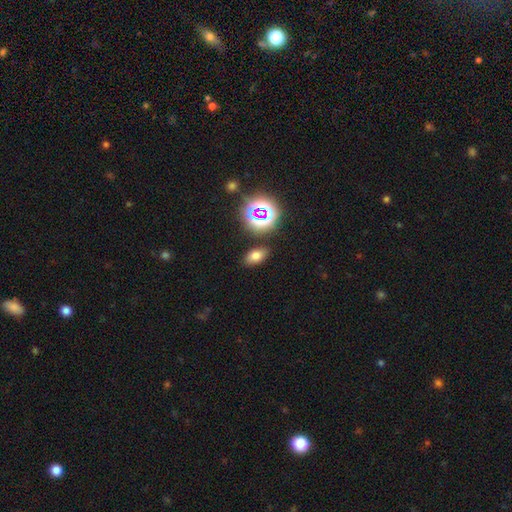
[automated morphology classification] smooth_or_featured: smooth (p=0.69) [alt: star or artifact p=0.22]
how_rounded: in between (p=0.85) [alt: round p=0.12]
merging: none (p=0.85) [alt: minor disturbance p=0.09]